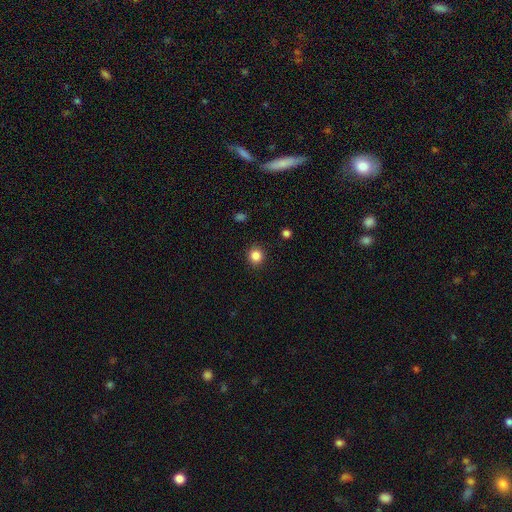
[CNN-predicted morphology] Smooth or featured? smooth (85%)
How rounded? round (89%)
Merging? none (91%)